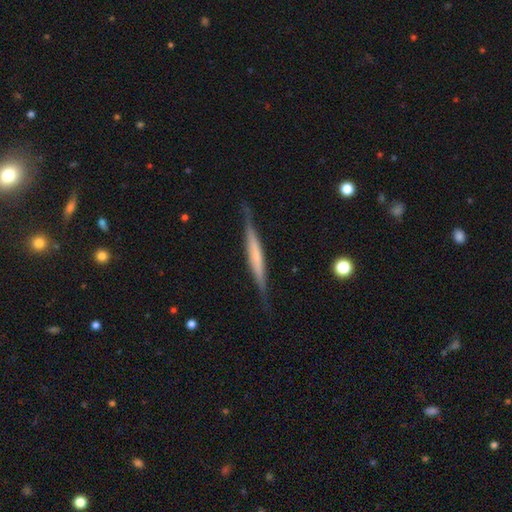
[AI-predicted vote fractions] Smooth or featured? featured or disk (61%)
Edge-on disk? yes (97%)
Edge-on bulge? none (59%)
Merging? none (84%)